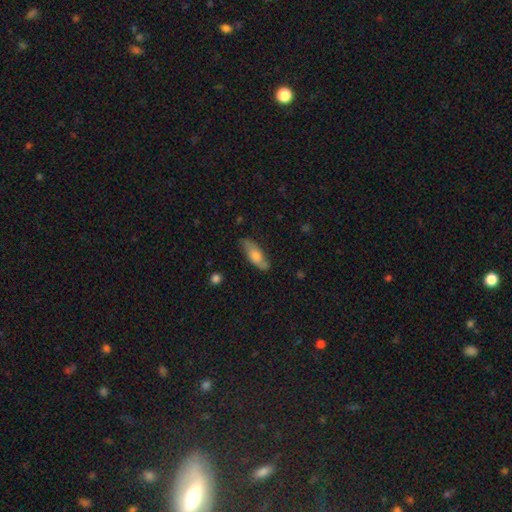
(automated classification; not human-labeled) This appears to be a smooth galaxy with no disk features (63%) that is in between round and cigar-shaped (67%). Merging: none (77%).